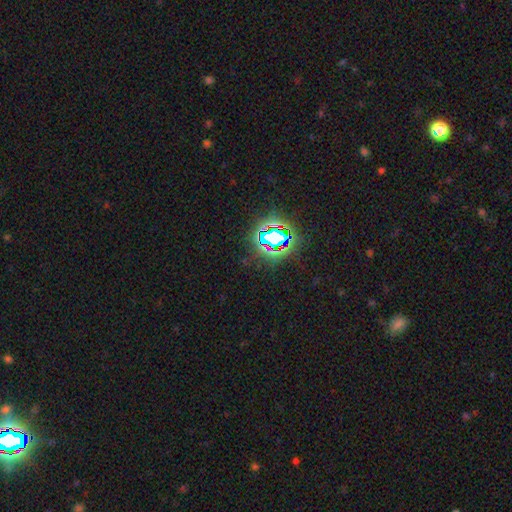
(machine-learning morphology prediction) star or artifact 80%, smooth 12%, featured or disk 8%.